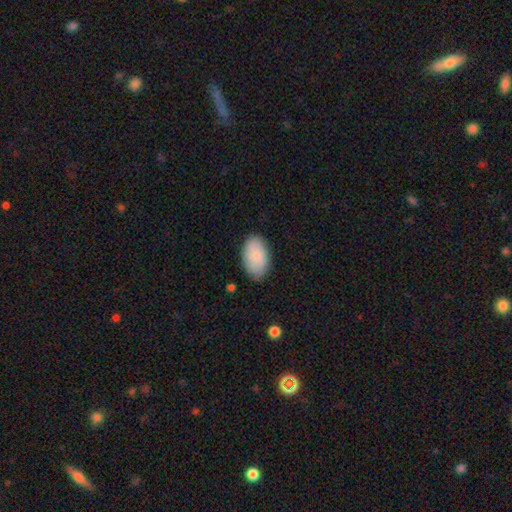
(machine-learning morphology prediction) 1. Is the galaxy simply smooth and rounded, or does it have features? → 83% smooth, 11% featured or disk, 6% star or artifact.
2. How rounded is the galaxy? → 93% in between, 6% round, 1% cigar-shaped.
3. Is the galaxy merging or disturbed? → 84% none, 12% minor disturbance, 2% major disturbance, 1% merger.